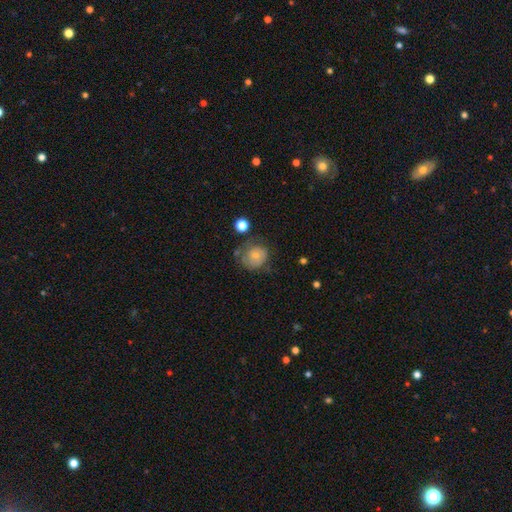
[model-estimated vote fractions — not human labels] A smooth galaxy with no disk features (60%) that is round (79%).

Vote fractions:
- Smooth or featured? smooth: 60% / featured or disk: 31% / star or artifact: 9%
- How rounded? round: 79% / in between: 20% / cigar-shaped: 1%
- Merging? none: 50% / minor disturbance: 29% / major disturbance: 17% / merger: 5%